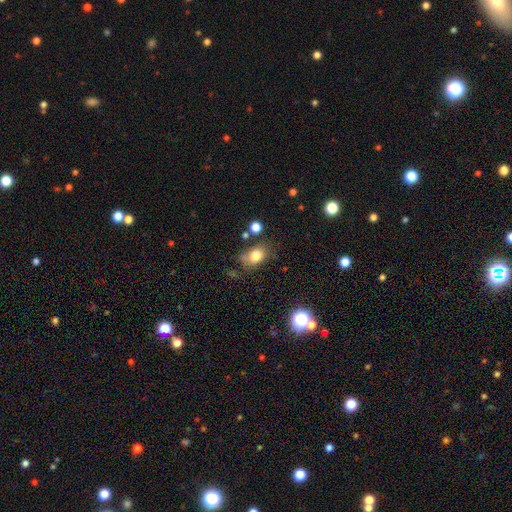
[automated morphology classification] type=smooth (78%); roundness=in between (70%); merging=none (62%).